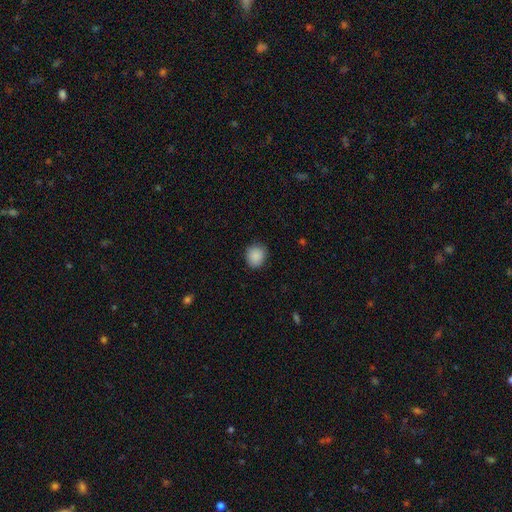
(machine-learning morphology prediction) This is clearly a smooth galaxy (89%). How rounded: clearly round (86%). Merging: clearly none (88%).